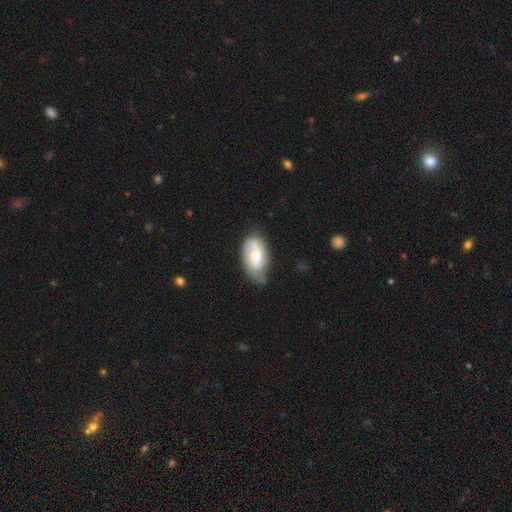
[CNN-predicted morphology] Overall: featured or disk (56%; smooth 38%). Edge-on disk: no (94%). Bar: no (58%; weak 36%). Spiral arms: yes (87%). Bulge size: moderate (56%; small 20%). Merging: none (56%; minor disturbance 31%).